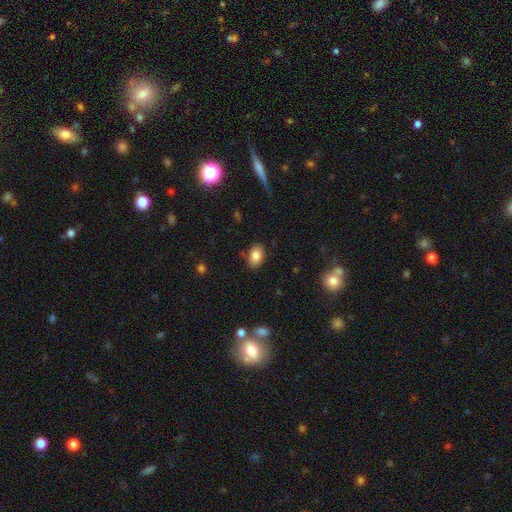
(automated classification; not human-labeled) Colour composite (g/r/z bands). It shows a smooth galaxy with no disk features (83%) that is in between round and cigar-shaped (83%). Merging: none (83%).